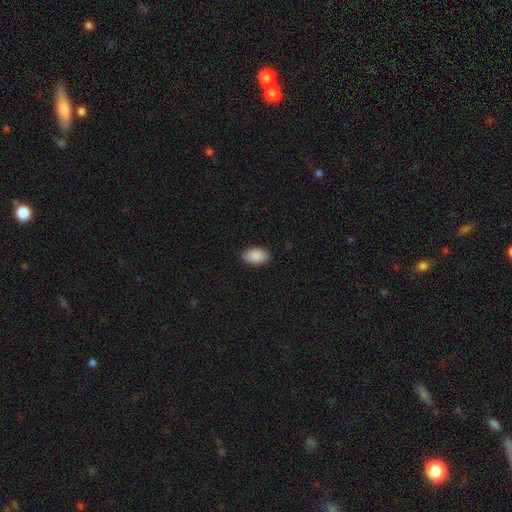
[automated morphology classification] A smooth galaxy with no disk features (90%) that is in between round and cigar-shaped (93%). Merging: none (85%).